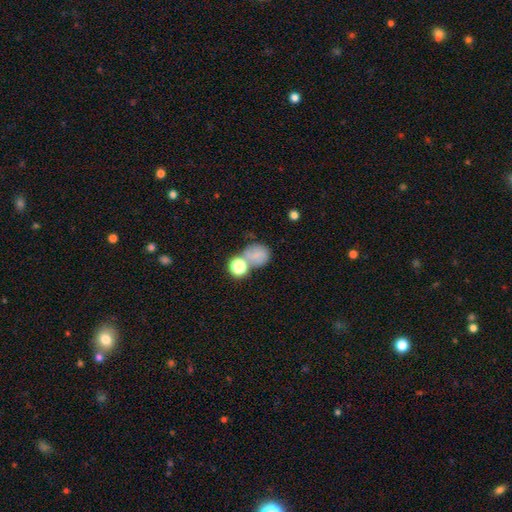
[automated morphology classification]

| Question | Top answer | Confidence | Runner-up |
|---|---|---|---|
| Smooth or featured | smooth | 69% | featured or disk (16%) |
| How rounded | round | 64% | in between (35%) |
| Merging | none | 40% | merger (34%) |